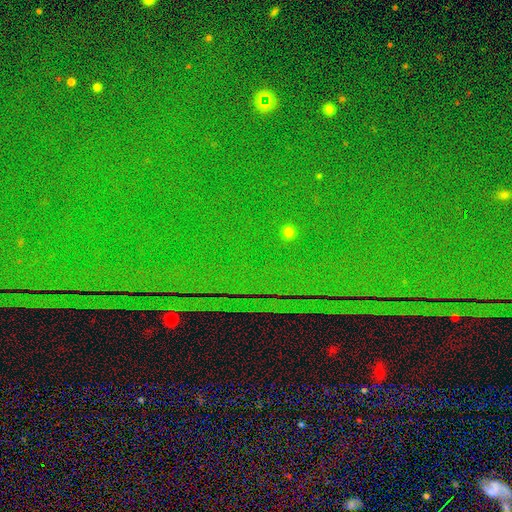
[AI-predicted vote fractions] The model was most divided on "smooth or featured": star or artifact: 88%, featured or disk: 6%, smooth: 6%.